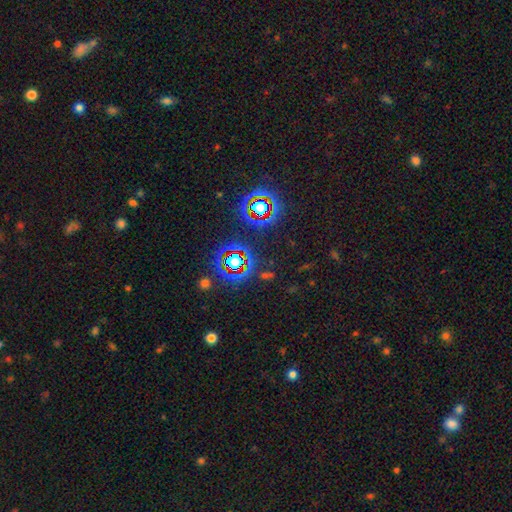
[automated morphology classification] This is likely a star or artifact rather than a galaxy (68%).